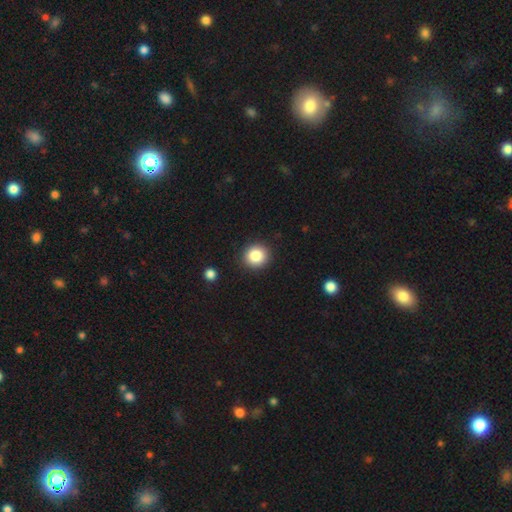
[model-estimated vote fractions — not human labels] The model was most divided on "smooth or featured": smooth: 85%, star or artifact: 10%, featured or disk: 5%. More confident: merging — none (90%); how rounded — round (89%).